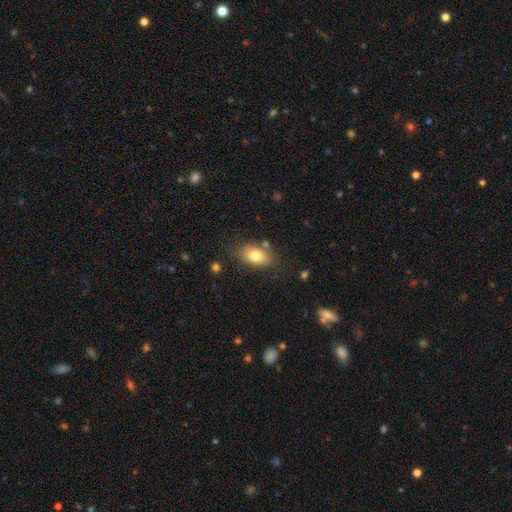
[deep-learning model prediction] This is likely a smooth galaxy (77%). How rounded: clearly in between (86%). Merging: likely none (77%).